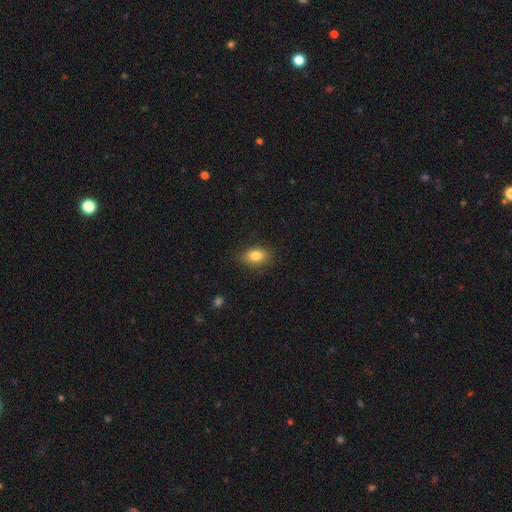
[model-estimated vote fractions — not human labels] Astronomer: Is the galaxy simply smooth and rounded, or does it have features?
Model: smooth — 83%.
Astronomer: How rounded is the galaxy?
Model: in between — 83%.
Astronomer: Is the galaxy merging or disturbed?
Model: none — 86%.